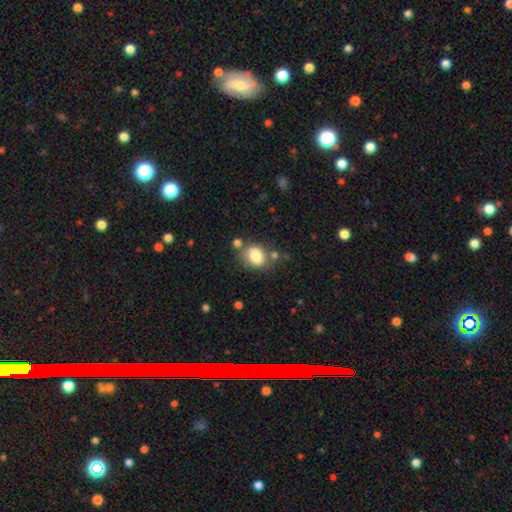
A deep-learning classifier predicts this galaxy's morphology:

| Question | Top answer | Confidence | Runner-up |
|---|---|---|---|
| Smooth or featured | smooth | 82% | star or artifact (9%) |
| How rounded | in between | 60% | round (39%) |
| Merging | none | 65% | minor disturbance (17%) |